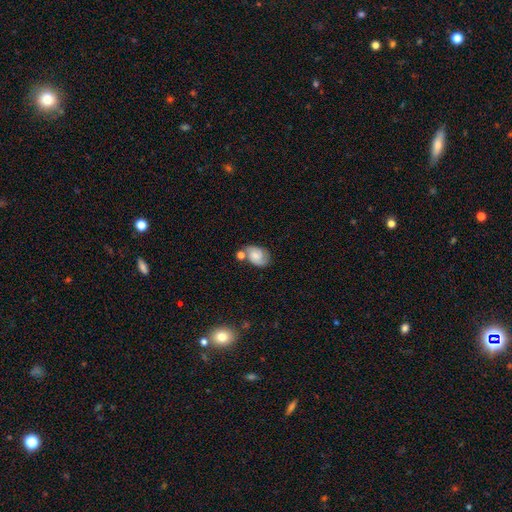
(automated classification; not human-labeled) smooth_or_featured: featured or disk (p=0.53) [alt: smooth p=0.38]
disk_edge_on: no (p=0.97) [alt: yes p=0.03]
bar: no (p=0.69) [alt: weak p=0.26]
has_spiral_arms: yes (p=0.89) [alt: no p=0.11]
bulge_size: small (p=0.46) [alt: moderate p=0.35]
merging: none (p=0.52) [alt: merger p=0.22]